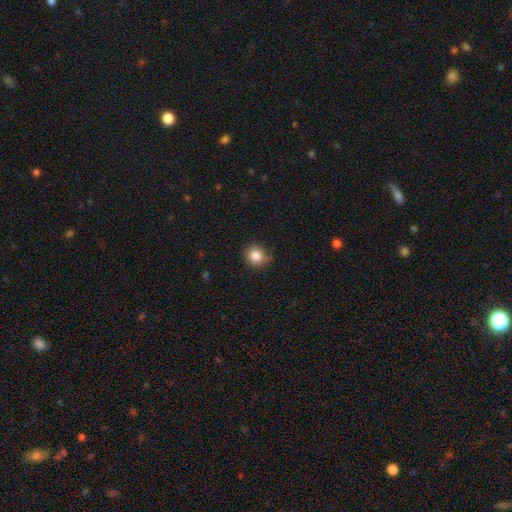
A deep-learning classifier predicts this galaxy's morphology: smooth-or-featured: smooth: 84% | star or artifact: 11% | featured or disk: 6%
  how-rounded: round: 88% | in between: 11% | cigar-shaped: 1%
  merging: none: 75% | minor disturbance: 19% | major disturbance: 4% | merger: 2%